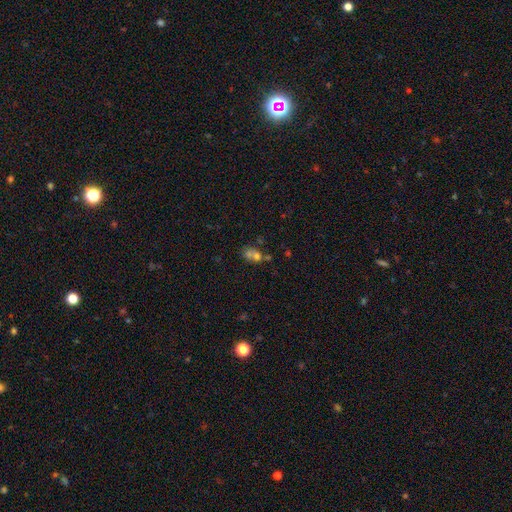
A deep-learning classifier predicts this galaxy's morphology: Smooth or featured: smooth — 61% (featured or disk — 22%)
How rounded: round — 56% (in between — 43%)
Merging: merger — 56% (none — 29%)